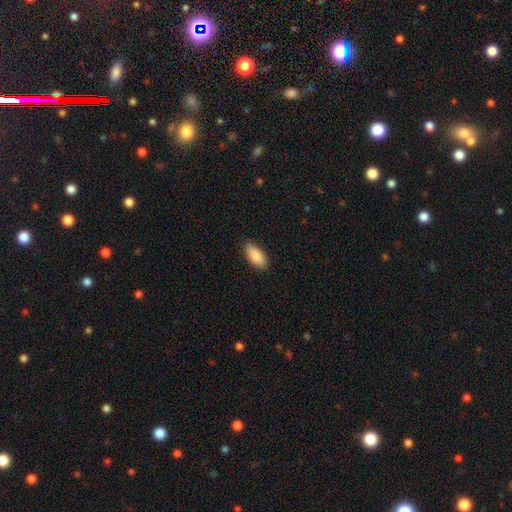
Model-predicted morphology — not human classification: This is clearly a smooth galaxy (87%). How rounded: clearly in between (90%). Merging: clearly none (88%).